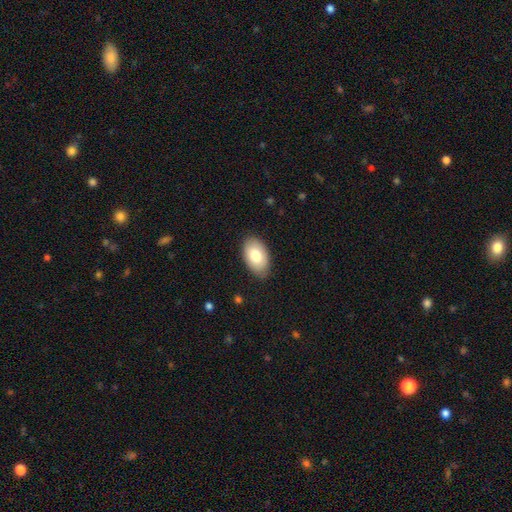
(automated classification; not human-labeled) Smooth or featured?
  - smooth: 79% *
  - featured or disk: 15%
  - star or artifact: 6%
How rounded?
  - in between: 94% *
  - round: 5%
  - cigar-shaped: 1%
Merging?
  - none: 83% *
  - minor disturbance: 14%
  - major disturbance: 3%
  - merger: 1%